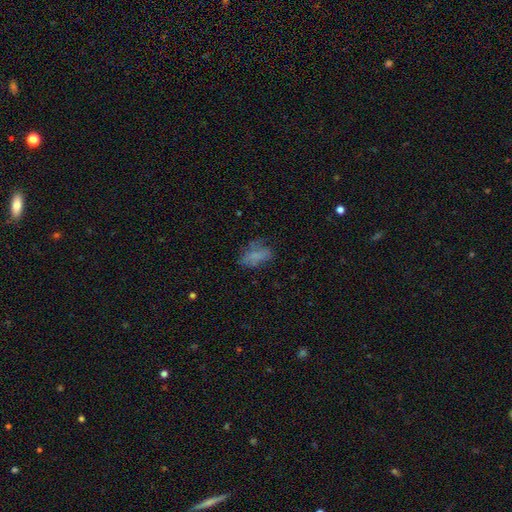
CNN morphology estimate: smooth_or_featured: smooth (p=0.64) [alt: featured or disk p=0.22]
how_rounded: in between (p=0.86) [alt: round p=0.07]
merging: none (p=0.49) [alt: minor disturbance p=0.26]